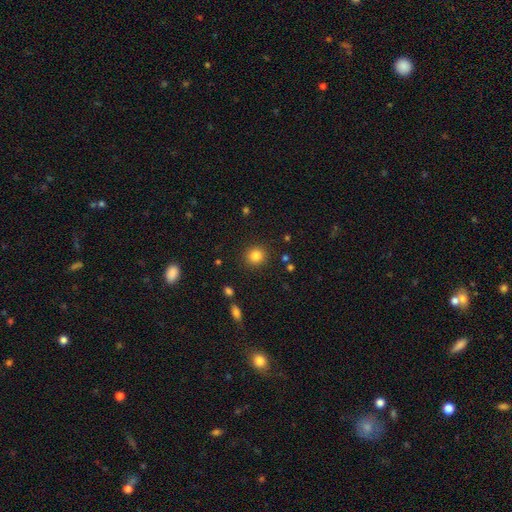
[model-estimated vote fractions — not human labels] A smooth galaxy with no disk features (84%) that is round (88%).

Vote fractions:
- Smooth or featured? smooth: 84% / star or artifact: 11% / featured or disk: 5%
- How rounded? round: 88% / in between: 11% / cigar-shaped: 1%
- Merging? none: 90% / minor disturbance: 6% / major disturbance: 3% / merger: 2%